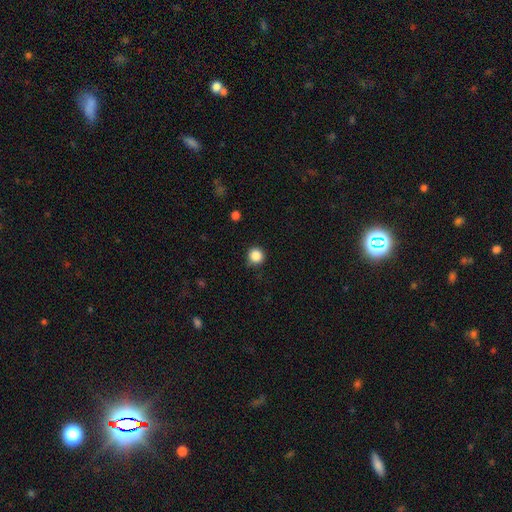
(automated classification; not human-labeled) Smooth or featured? smooth (87%)
How rounded? round (95%)
Merging? none (87%)